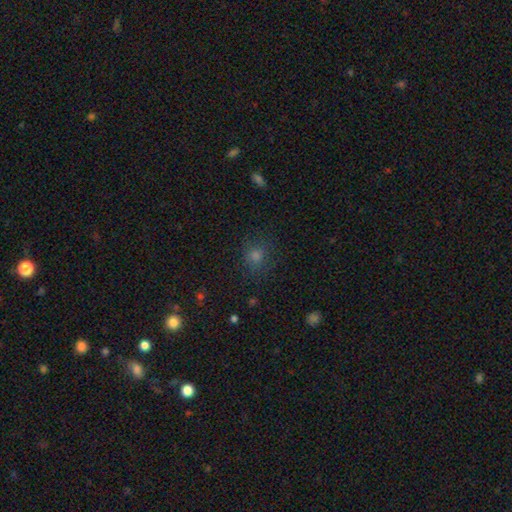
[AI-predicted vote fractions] This appears to be a smooth galaxy with no disk features (66%) that is round (83%). Merging: none (84%).